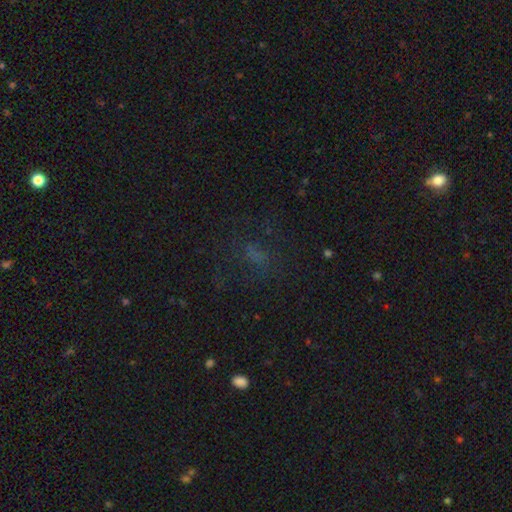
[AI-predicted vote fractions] Morphology: type=smooth (44%); merging=none (63%).